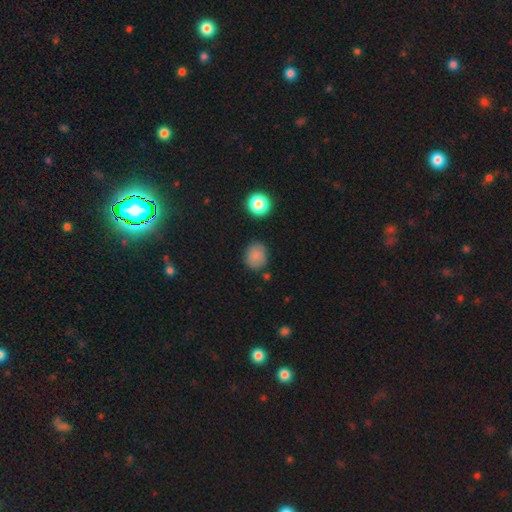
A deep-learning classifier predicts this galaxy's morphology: smooth 84%, star or artifact 10%, featured or disk 6%. Down the decision tree: how rounded — round (70%); merging — none (81%).